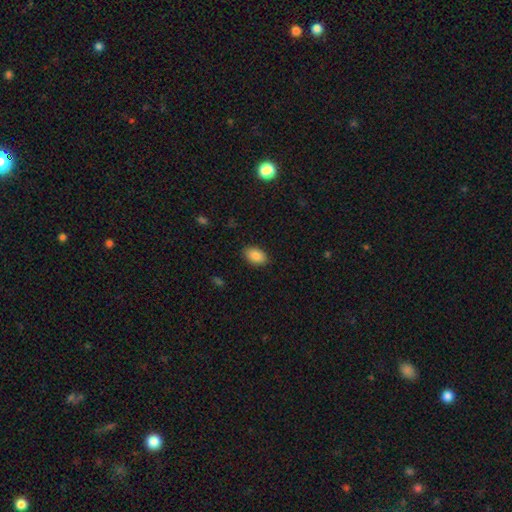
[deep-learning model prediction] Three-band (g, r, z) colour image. It shows a smooth galaxy with no disk features (88%) that is in between round and cigar-shaped (88%). Merging: none (87%).